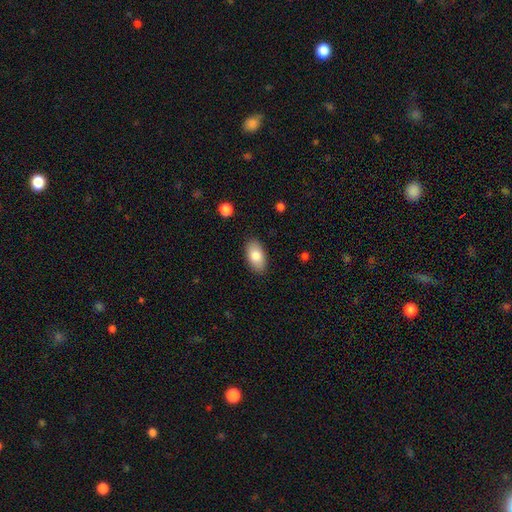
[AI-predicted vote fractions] smooth 82%, featured or disk 12%, star or artifact 6%. Down the decision tree: how rounded — in between (94%); merging — none (87%).